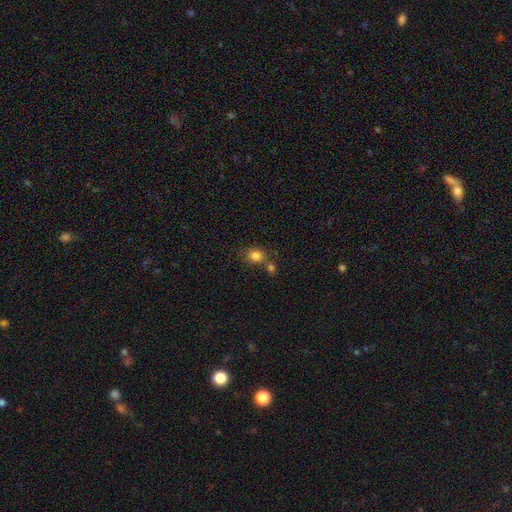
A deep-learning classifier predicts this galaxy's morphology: A smooth galaxy with no disk features (82%) that is round (68%). Merging: none (57%).